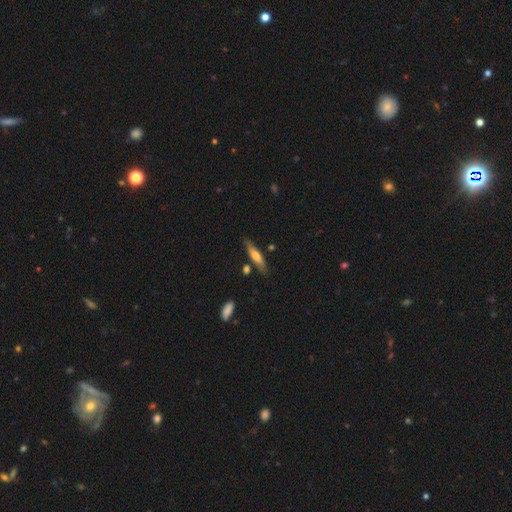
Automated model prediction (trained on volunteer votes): The model was most divided on "smooth or featured": smooth: 57%, featured or disk: 37%, star or artifact: 6%. More confident: merging — none (79%); how rounded — cigar-shaped (78%).